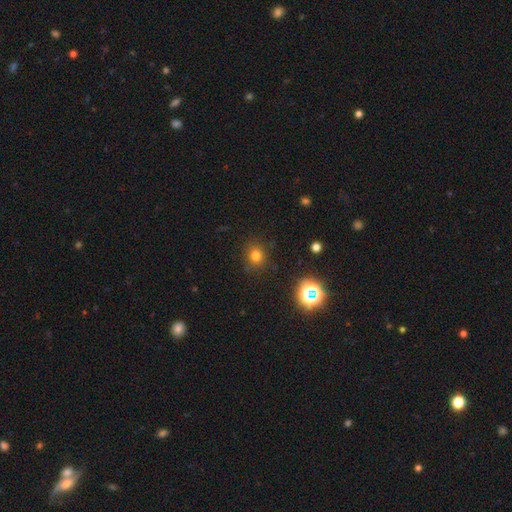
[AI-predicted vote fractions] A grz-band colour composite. It shows a smooth galaxy with no disk features (74%) that is round (82%). Merging: none (86%).